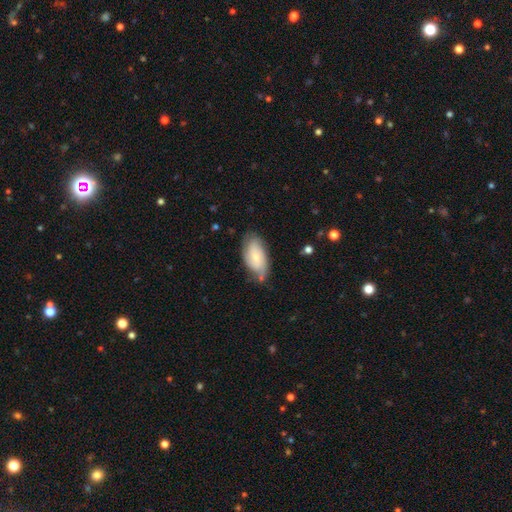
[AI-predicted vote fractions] The model was most divided on "smooth or featured": featured or disk: 53%, smooth: 40%, star or artifact: 6%. More confident: edge-on disk — no (93%); merging — none (63%).